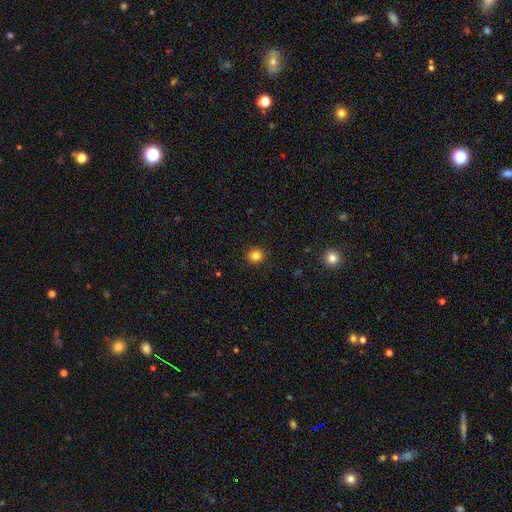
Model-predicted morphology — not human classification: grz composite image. It shows a smooth galaxy with no disk features (83%) that is round (89%). Merging: none (92%).